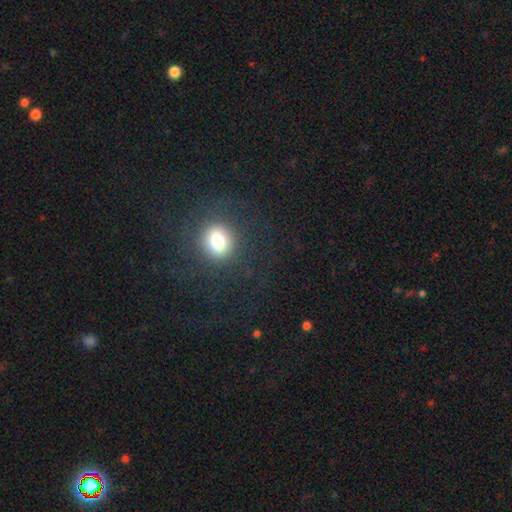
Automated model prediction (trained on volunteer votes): smooth 66%, star or artifact 23%, featured or disk 11%. Down the decision tree: how rounded — round (79%); merging — none (87%).